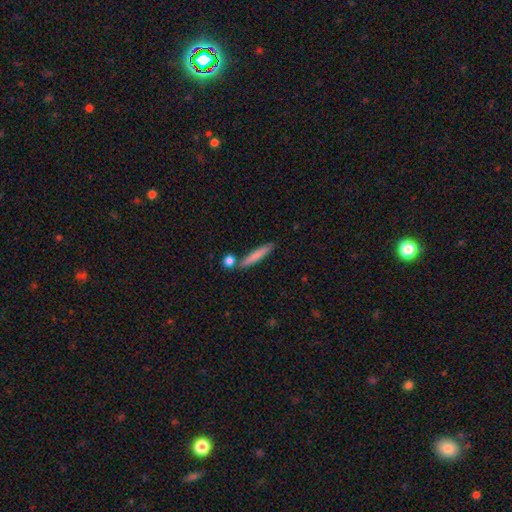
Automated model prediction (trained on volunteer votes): Overall: smooth (75%). How rounded: cigar-shaped (92%). Merging: none (79%).